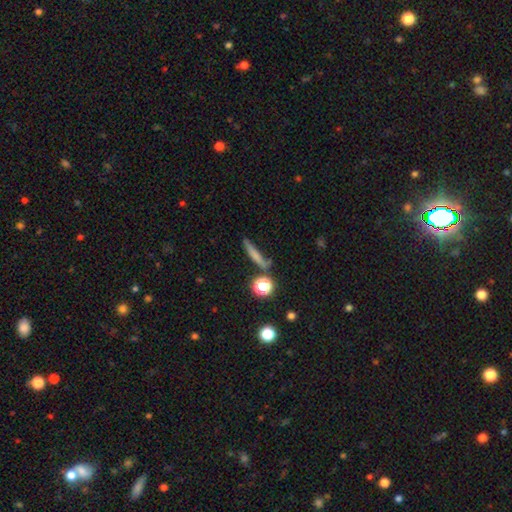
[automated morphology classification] Overall: smooth (64%). How rounded: cigar-shaped (79%). Merging: none (67%).